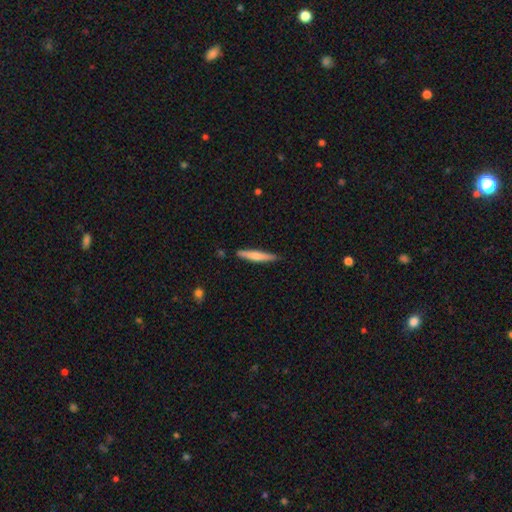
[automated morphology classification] Smooth or featured? Predicted: smooth (p=0.67). How rounded? Predicted: cigar-shaped (p=0.93). Merging? Predicted: none (p=0.84).